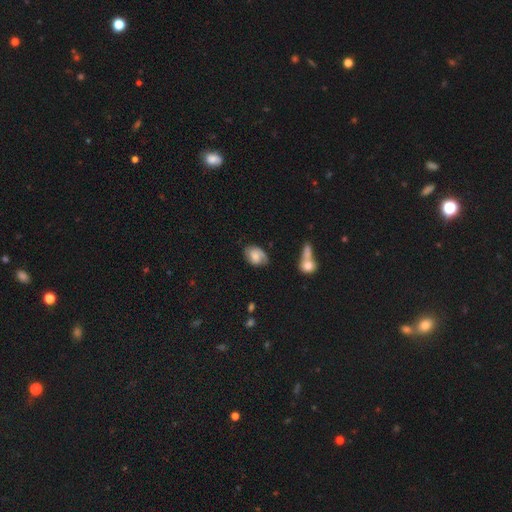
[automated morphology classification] type=smooth (56%); roundness=in between (80%); merging=none (56%).